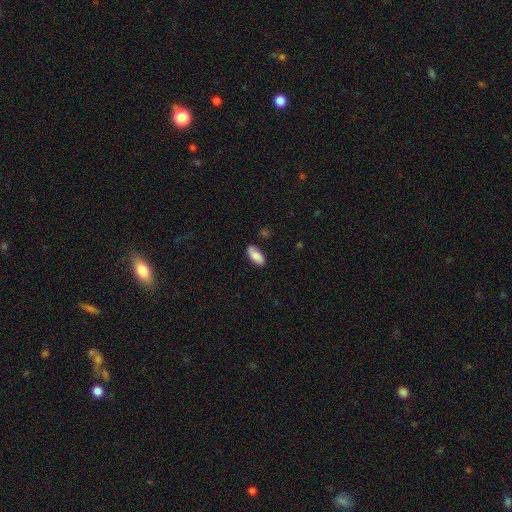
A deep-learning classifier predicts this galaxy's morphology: Overall: smooth (85%). How rounded: in between (90%). Merging: none (80%).